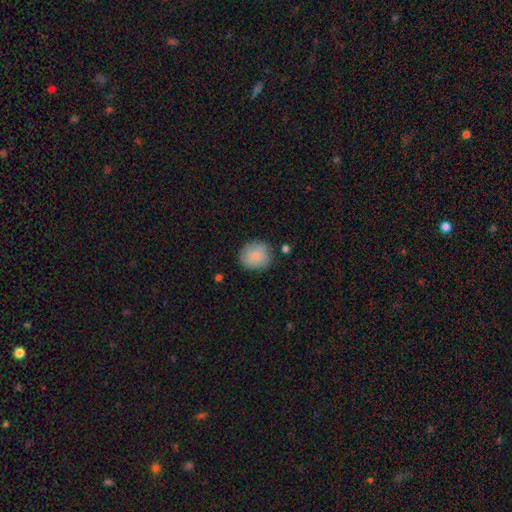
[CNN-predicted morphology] smooth_or_featured: smooth (p=0.81) [alt: featured or disk p=0.12]
how_rounded: round (p=0.86) [alt: in between p=0.13]
merging: none (p=0.78) [alt: minor disturbance p=0.15]